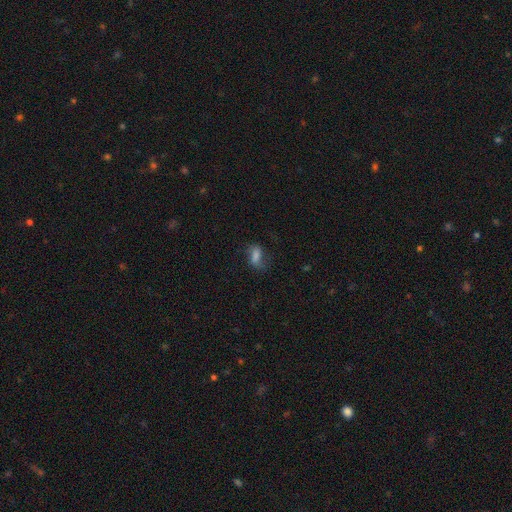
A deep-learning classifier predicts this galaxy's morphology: Smooth or featured?
  - smooth: 61% *
  - featured or disk: 26%
  - star or artifact: 13%
How rounded?
  - in between: 83% *
  - round: 9%
  - cigar-shaped: 8%
Merging?
  - none: 53% *
  - minor disturbance: 25%
  - major disturbance: 20%
  - merger: 3%